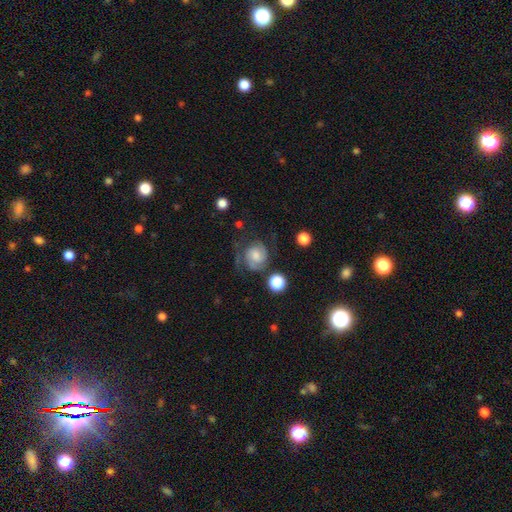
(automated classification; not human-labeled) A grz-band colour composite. It shows a featured or disk galaxy (66%) with no bar (63%), 2 (69%) tight (45%) spiral arms (93%) and a moderate central bulge (37%). Merging: none (55%).